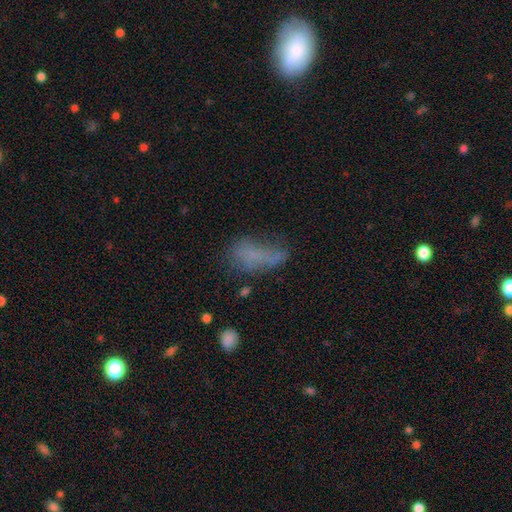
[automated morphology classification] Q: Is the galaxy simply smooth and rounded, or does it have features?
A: smooth — 59%.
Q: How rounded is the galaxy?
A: in between — 79%.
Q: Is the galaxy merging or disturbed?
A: none — 33%.